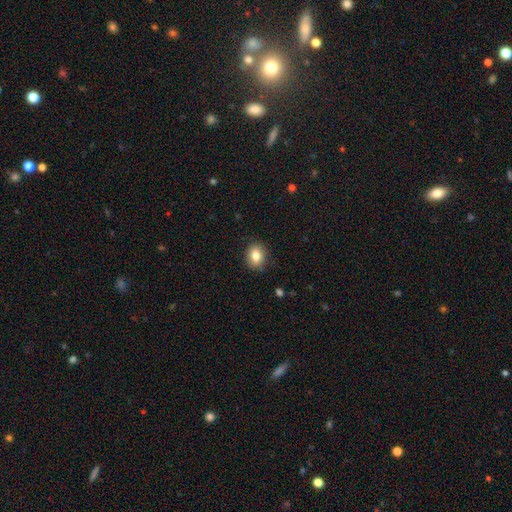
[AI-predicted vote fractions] The model was most divided on "how rounded": in between: 53%, round: 46%, cigar-shaped: 1%. More confident: merging — none (87%); smooth or featured — smooth (83%).